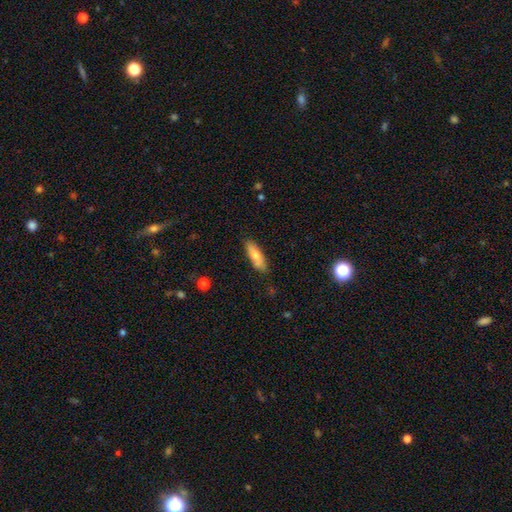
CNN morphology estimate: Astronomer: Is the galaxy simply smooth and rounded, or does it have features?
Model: smooth — 75%.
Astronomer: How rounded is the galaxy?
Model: in between — 59% (runner-up: cigar-shaped, 39%).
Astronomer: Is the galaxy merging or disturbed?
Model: none — 79%.